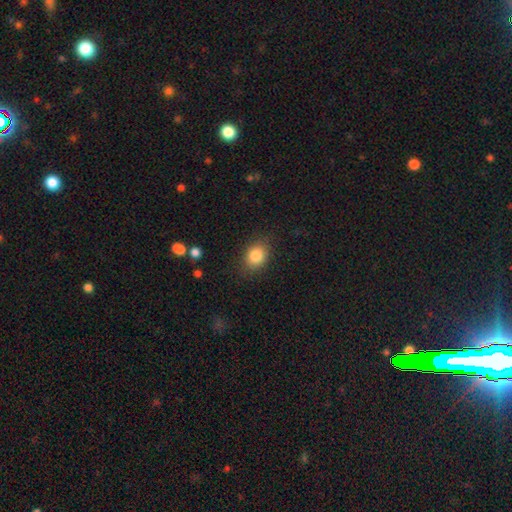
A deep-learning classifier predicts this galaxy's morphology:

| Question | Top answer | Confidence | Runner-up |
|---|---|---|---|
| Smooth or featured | smooth | 84% | star or artifact (9%) |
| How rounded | in between | 56% | round (43%) |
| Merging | none | 83% | minor disturbance (12%) |